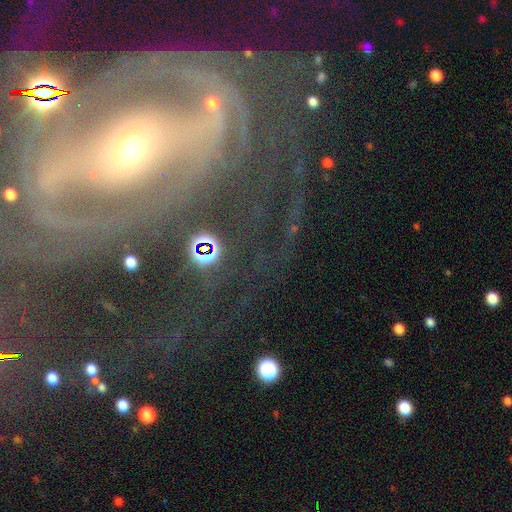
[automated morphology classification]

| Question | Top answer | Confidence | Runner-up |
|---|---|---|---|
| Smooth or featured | featured or disk | 85% | star or artifact (9%) |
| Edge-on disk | no | 95% | yes (5%) |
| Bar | strong | 50% | no (26%) |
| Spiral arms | yes | 89% | no (11%) |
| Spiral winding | tight | 51% | medium (34%) |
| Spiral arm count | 2 | 43% | can't tell (21%) |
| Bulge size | small | 54% | moderate (39%) |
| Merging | none | 65% | major disturbance (16%) |